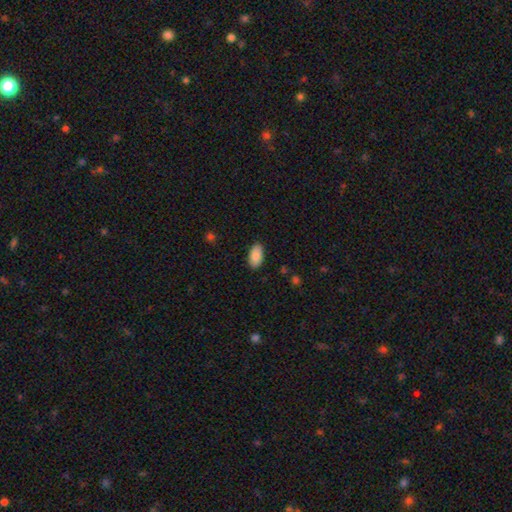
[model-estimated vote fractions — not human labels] The model was most divided on "merging": none: 88%, minor disturbance: 9%, major disturbance: 2%, merger: 1%. More confident: how rounded — in between (95%); smooth or featured — smooth (88%).